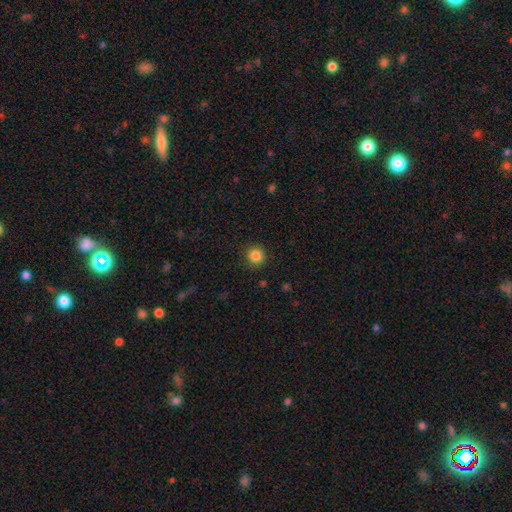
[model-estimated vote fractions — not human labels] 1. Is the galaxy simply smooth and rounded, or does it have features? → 86% smooth, 11% star or artifact, 4% featured or disk.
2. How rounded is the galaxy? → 93% round, 6% in between, 1% cigar-shaped.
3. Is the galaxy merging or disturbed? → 91% none, 6% minor disturbance, 2% major disturbance, 1% merger.